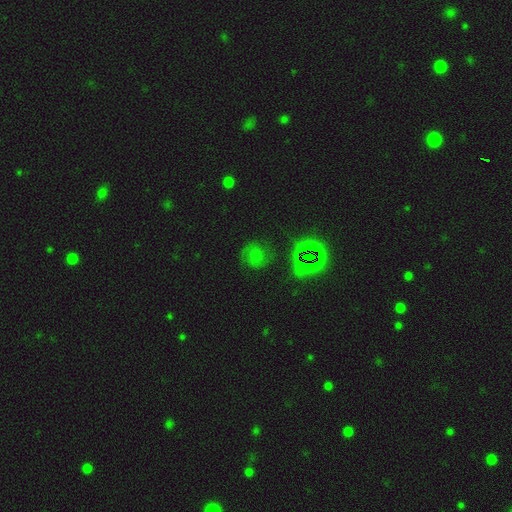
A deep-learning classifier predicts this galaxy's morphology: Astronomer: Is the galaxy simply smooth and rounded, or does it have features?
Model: smooth — 44% (runner-up: star or artifact, 33%).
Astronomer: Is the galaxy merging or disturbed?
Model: none — 70%.